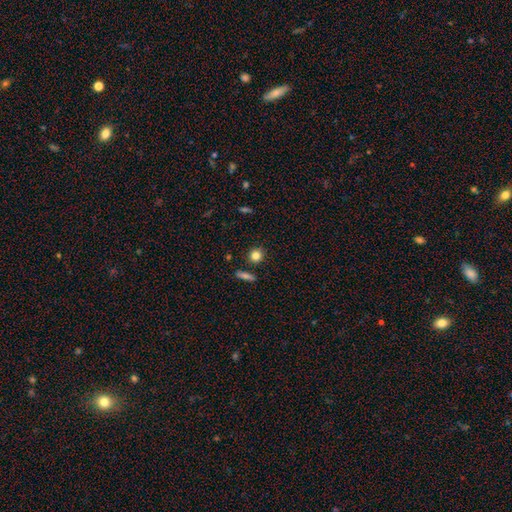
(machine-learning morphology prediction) Smooth or featured?
  - smooth: 82% *
  - star or artifact: 11%
  - featured or disk: 7%
How rounded?
  - round: 86% *
  - in between: 12%
  - cigar-shaped: 2%
Merging?
  - none: 86% *
  - minor disturbance: 8%
  - merger: 4%
  - major disturbance: 2%